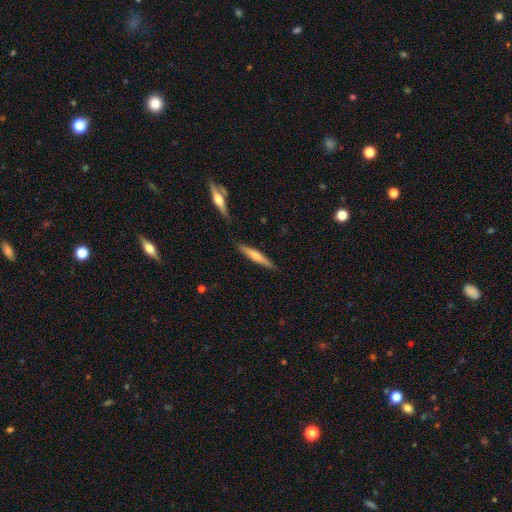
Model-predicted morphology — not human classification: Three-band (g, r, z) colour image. It shows a smooth galaxy with no disk features (52%) that is cigar-shaped (92%). Merging: none (86%).